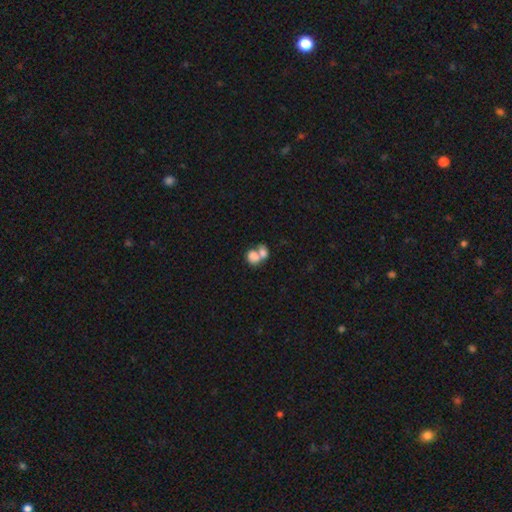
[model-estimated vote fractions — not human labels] Smooth or featured: smooth — 75% (featured or disk — 16%)
How rounded: in between — 57% (round — 42%)
Merging: merger — 69% (none — 19%)